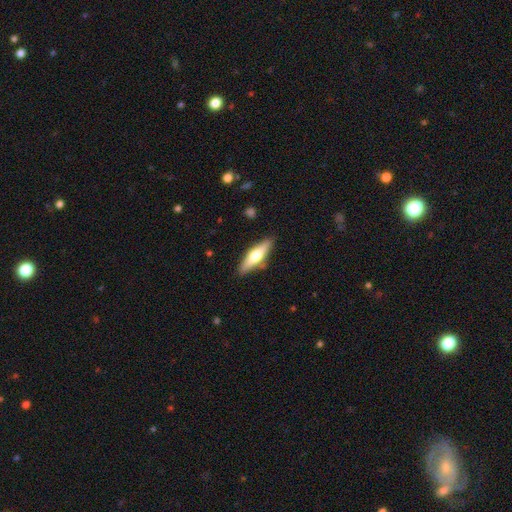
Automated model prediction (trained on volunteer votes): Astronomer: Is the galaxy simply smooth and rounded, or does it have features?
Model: smooth — 51% (runner-up: featured or disk, 44%).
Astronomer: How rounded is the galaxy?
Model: cigar-shaped — 62%.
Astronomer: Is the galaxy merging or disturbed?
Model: none — 86%.